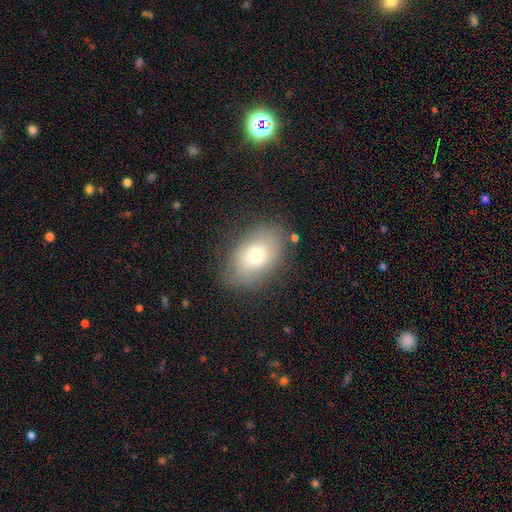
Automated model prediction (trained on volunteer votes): Smooth or featured: smooth — 72% (featured or disk — 16%)
How rounded: in between — 86% (round — 12%)
Merging: none — 82% (minor disturbance — 13%)